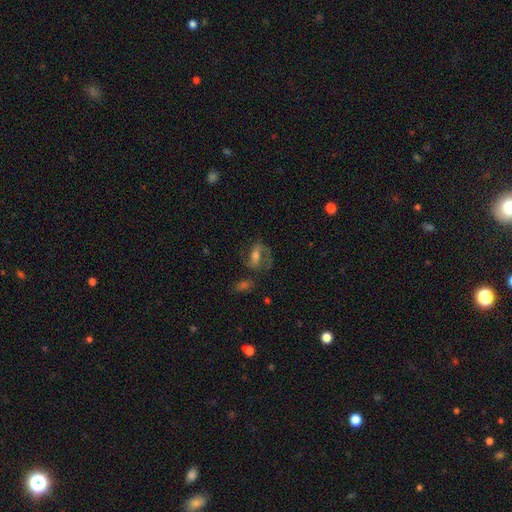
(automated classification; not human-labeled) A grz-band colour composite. It shows a featured or disk galaxy (74%) with a weak bar (41%), 2 (85%) medium (54%) spiral arms (90%) and a moderate central bulge (54%). Merging: none (61%).